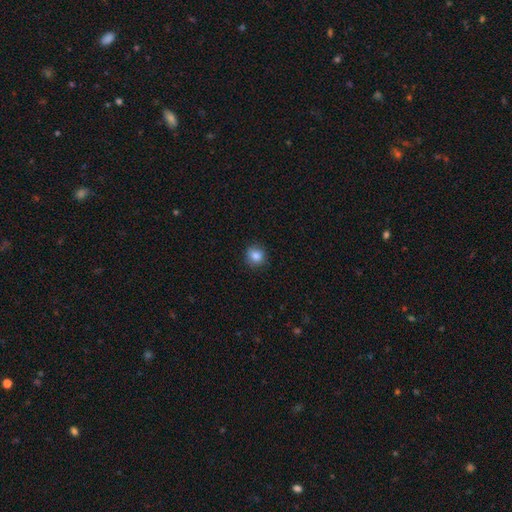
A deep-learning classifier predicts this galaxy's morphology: Smooth or featured? Predicted: smooth (p=0.84). How rounded? Predicted: round (p=0.87). Merging? Predicted: none (p=0.87).